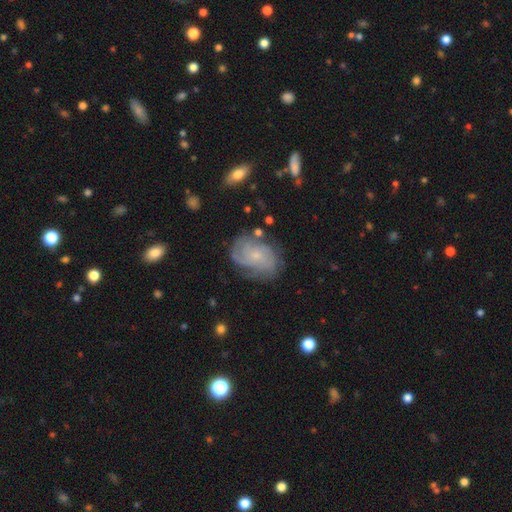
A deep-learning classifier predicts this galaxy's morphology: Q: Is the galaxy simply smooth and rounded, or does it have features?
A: featured or disk — 77%.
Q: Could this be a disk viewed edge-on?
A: no — 97%.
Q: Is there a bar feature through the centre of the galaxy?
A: no — 76%.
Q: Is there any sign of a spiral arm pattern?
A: yes — 93%.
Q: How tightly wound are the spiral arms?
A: tight — 54%.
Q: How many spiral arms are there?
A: can't tell — 33%.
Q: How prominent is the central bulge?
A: small — 76%.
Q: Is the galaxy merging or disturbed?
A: none — 68%.